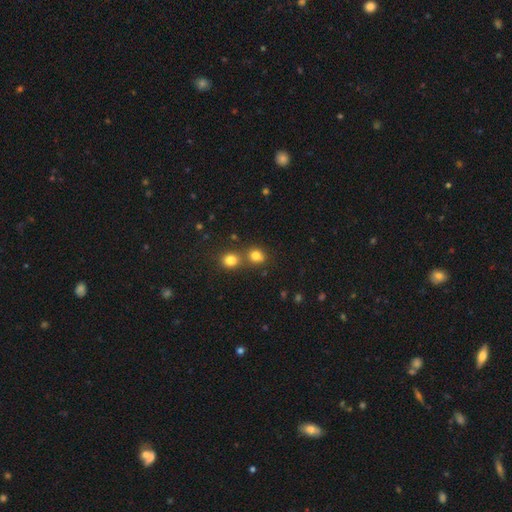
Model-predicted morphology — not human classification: type=smooth (79%); roundness=round (75%); merging=none (57%).